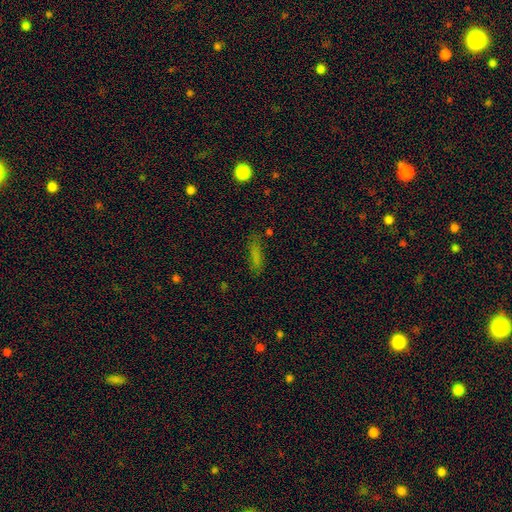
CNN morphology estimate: A smooth galaxy with no disk features (72%) that is cigar-shaped (63%). Merging: none (72%).